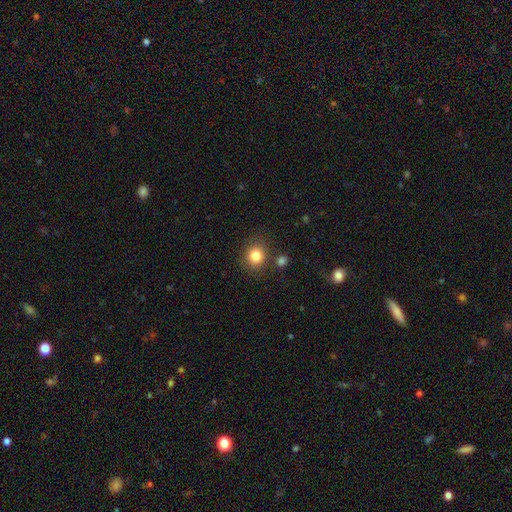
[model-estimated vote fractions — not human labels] Smooth or featured?
  - smooth: 83% *
  - star or artifact: 11%
  - featured or disk: 6%
How rounded?
  - round: 81% *
  - in between: 18%
  - cigar-shaped: 1%
Merging?
  - none: 82% *
  - minor disturbance: 9%
  - merger: 6%
  - major disturbance: 3%